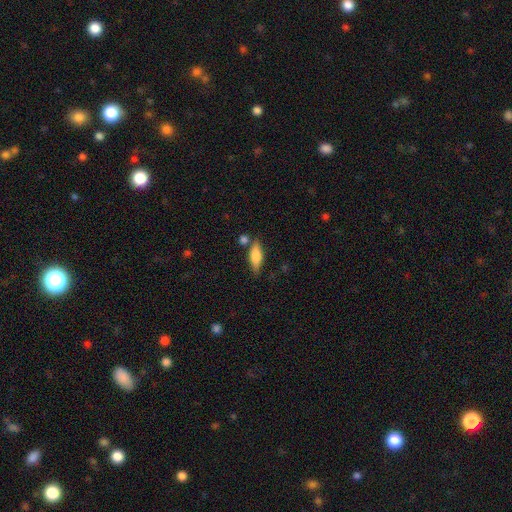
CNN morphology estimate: This appears to be a smooth galaxy with no disk features (75%) that is in between round and cigar-shaped (66%). Merging: none (71%).